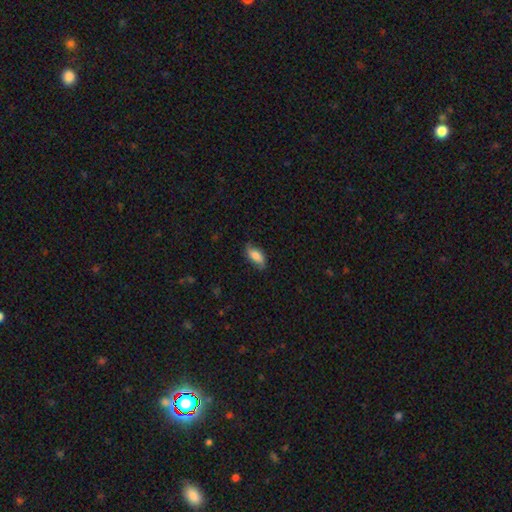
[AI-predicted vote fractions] Smooth or featured?
  - smooth: 71% *
  - featured or disk: 22%
  - star or artifact: 7%
How rounded?
  - in between: 86% *
  - cigar-shaped: 11%
  - round: 3%
Merging?
  - none: 71% *
  - minor disturbance: 22%
  - major disturbance: 5%
  - merger: 1%